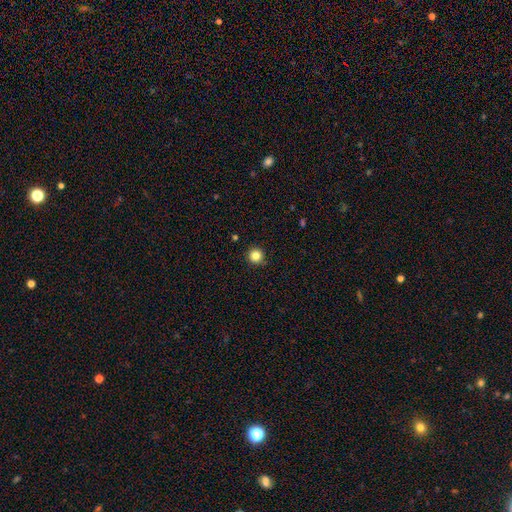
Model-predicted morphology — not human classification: Overall: smooth (84%). How rounded: round (96%). Merging: none (92%).